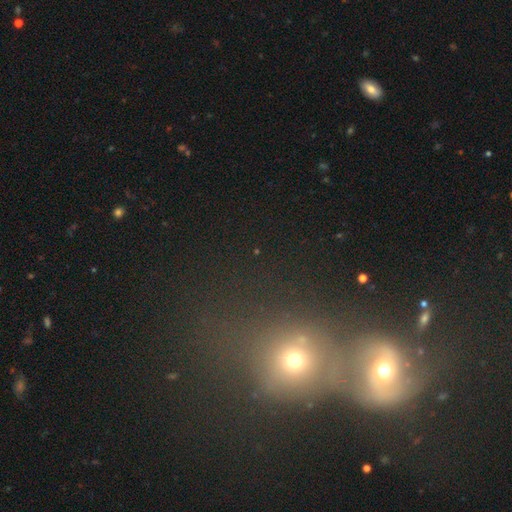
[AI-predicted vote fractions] A smooth galaxy with no disk features (41%).

Vote fractions:
- Smooth or featured? smooth: 41% / star or artifact: 38% / featured or disk: 20%
- Merging? none: 43% / merger: 38% / minor disturbance: 10% / major disturbance: 9%